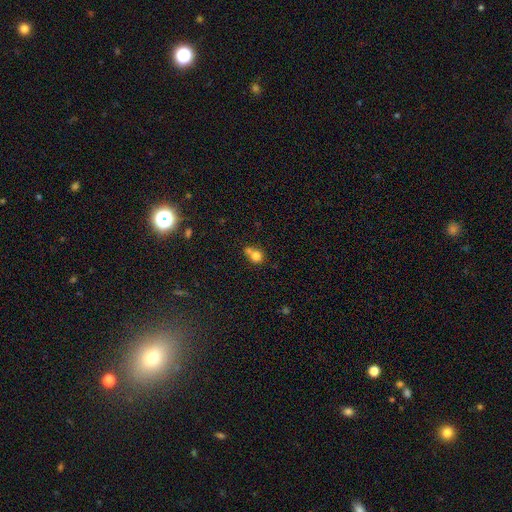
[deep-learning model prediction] Smooth or featured: smooth — 77% (star or artifact — 12%)
How rounded: round — 78% (in between — 20%)
Merging: merger — 42% (none — 40%)